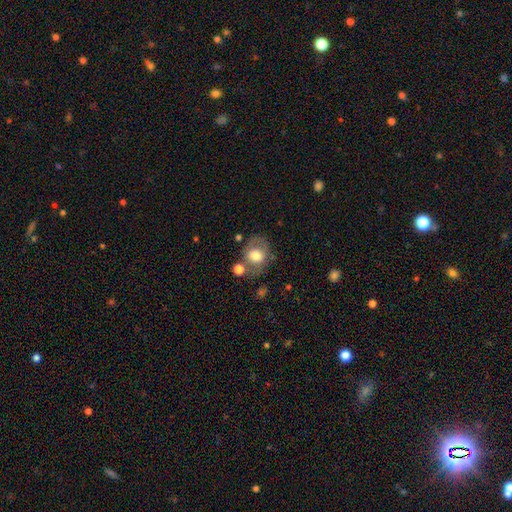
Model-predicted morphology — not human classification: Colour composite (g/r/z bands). It shows a smooth galaxy with no disk features (64%) that is round (52%). Merging: none (57%).